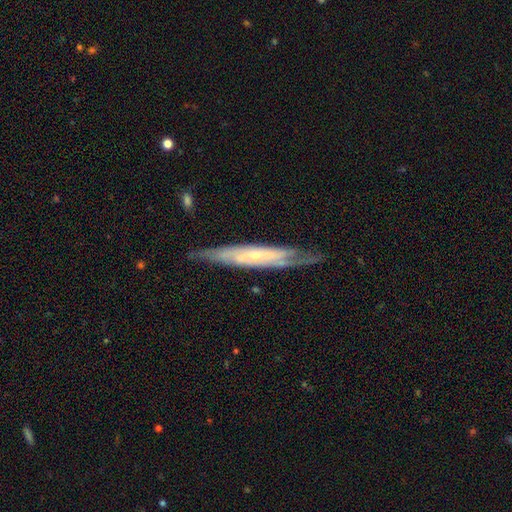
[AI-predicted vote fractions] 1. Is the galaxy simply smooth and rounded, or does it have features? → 78% featured or disk, 17% smooth, 5% star or artifact.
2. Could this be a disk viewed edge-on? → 53% yes, 47% no.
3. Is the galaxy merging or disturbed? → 74% none, 19% minor disturbance, 6% major disturbance, 2% merger.